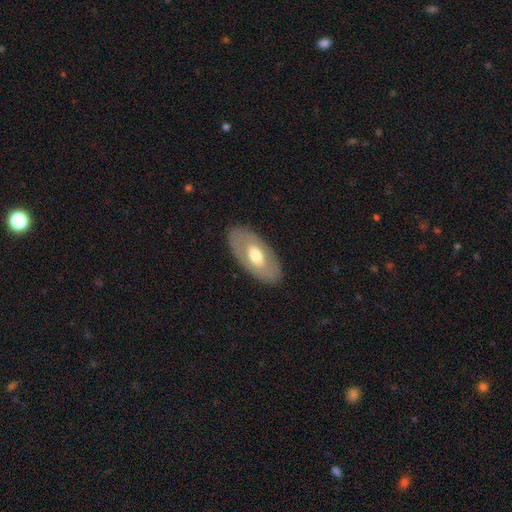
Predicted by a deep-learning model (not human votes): Smooth or featured?
  - smooth: 49% *
  - featured or disk: 45%
  - star or artifact: 5%
Merging?
  - none: 85% *
  - minor disturbance: 11%
  - major disturbance: 4%
  - merger: 1%